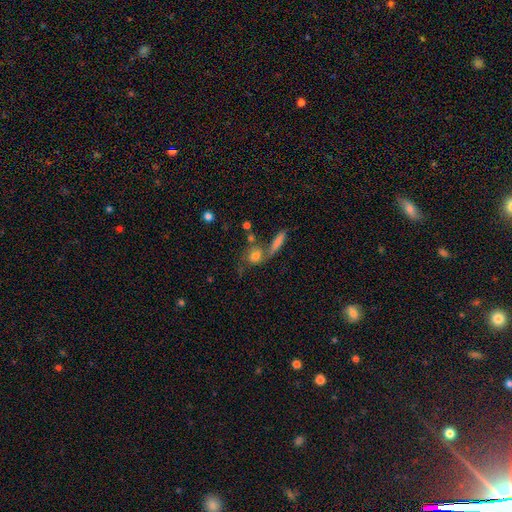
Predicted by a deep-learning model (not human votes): The model was most divided on "merging": none: 46%, merger: 27%, minor disturbance: 15%, major disturbance: 11%. More confident: how rounded — round (63%); smooth or featured — smooth (56%).